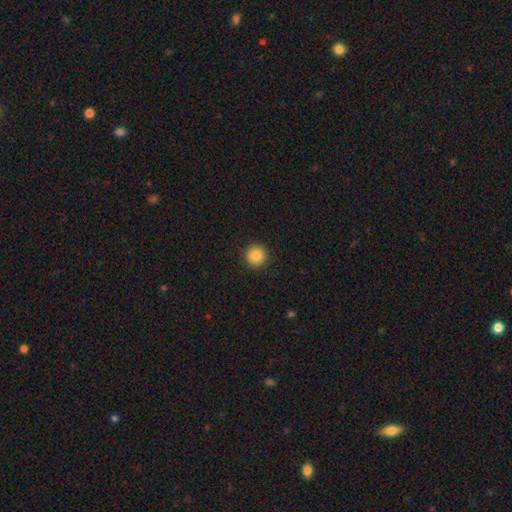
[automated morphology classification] Overall: smooth (86%). How rounded: round (96%). Merging: none (92%).